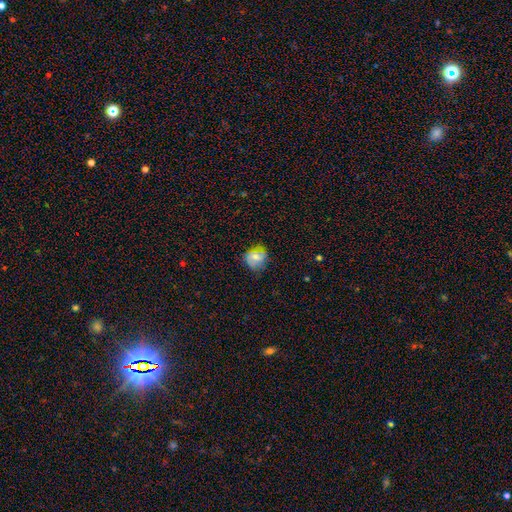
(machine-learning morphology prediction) A smooth galaxy with no disk features (68%) that is round (67%).

Vote fractions:
- Smooth or featured? smooth: 68% / featured or disk: 23% / star or artifact: 9%
- How rounded? round: 67% / in between: 32% / cigar-shaped: 1%
- Merging? none: 67% / minor disturbance: 25% / major disturbance: 7% / merger: 1%